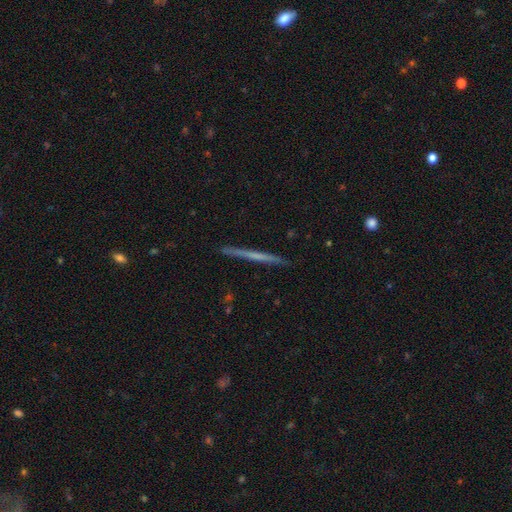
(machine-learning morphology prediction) Smooth or featured: featured or disk — 55% (smooth — 39%)
Edge-on disk: yes — 98% (no — 2%)
Edge-on bulge: none — 87% (rounded — 9%)
Merging: none — 92% (minor disturbance — 6%)